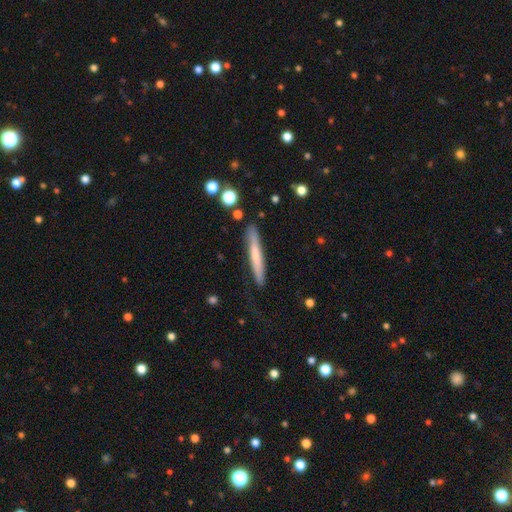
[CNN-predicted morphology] smooth 59%, featured or disk 35%, star or artifact 6%. Down the decision tree: how rounded — cigar-shaped (95%); merging — none (82%).